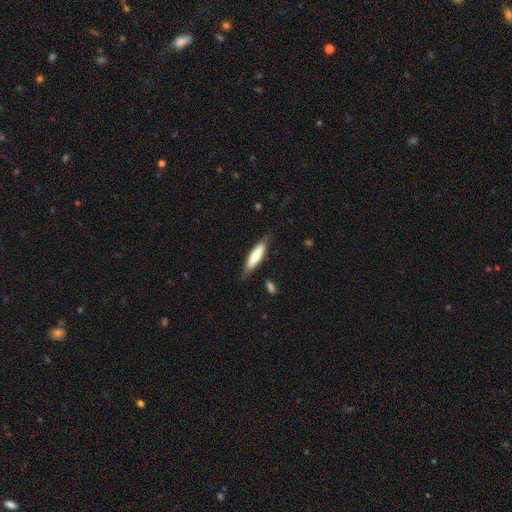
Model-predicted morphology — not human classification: Smooth or featured: smooth — 70% (featured or disk — 25%)
How rounded: cigar-shaped — 72% (in between — 27%)
Merging: none — 79% (minor disturbance — 16%)